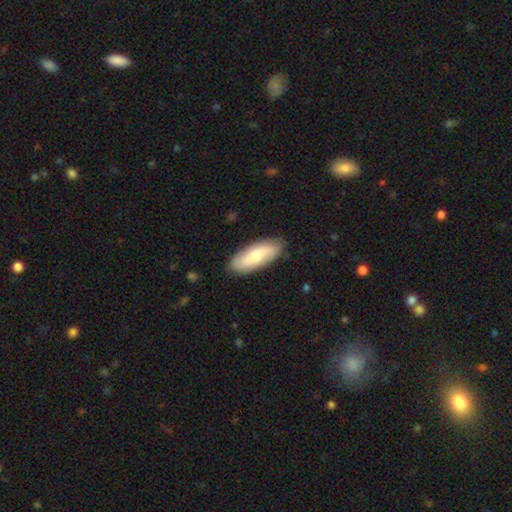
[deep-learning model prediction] Smooth or featured: smooth — 68% (featured or disk — 27%)
How rounded: in between — 73% (cigar-shaped — 24%)
Merging: none — 85% (minor disturbance — 12%)